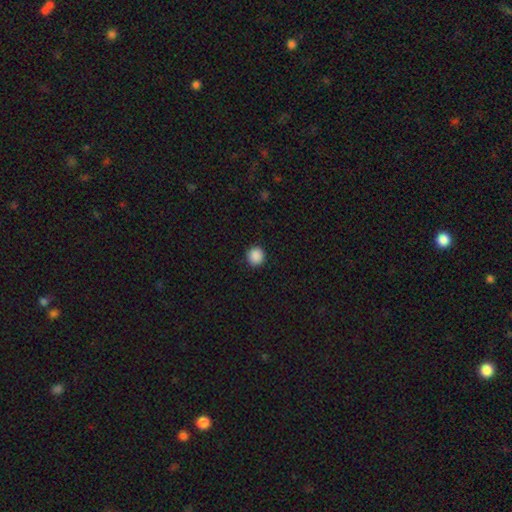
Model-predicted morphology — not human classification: smooth-or-featured: smooth: 89% | star or artifact: 9% | featured or disk: 2%
  how-rounded: round: 93% | in between: 6% | cigar-shaped: 1%
  merging: none: 92% | minor disturbance: 5% | major disturbance: 2% | merger: 1%